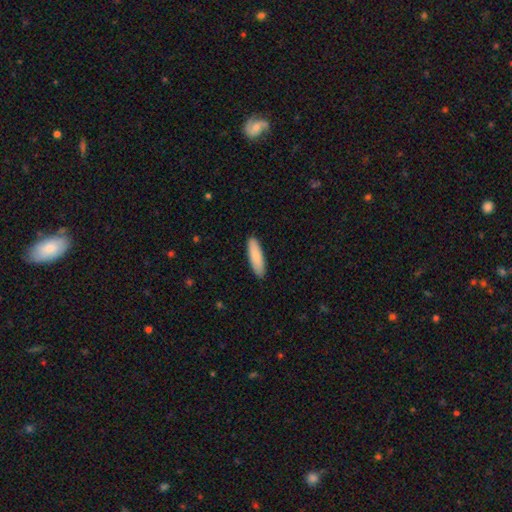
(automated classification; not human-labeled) smooth_or_featured: smooth (p=0.86) [alt: featured or disk p=0.09]
how_rounded: cigar-shaped (p=0.59) [alt: in between p=0.39]
merging: none (p=0.90) [alt: minor disturbance p=0.08]